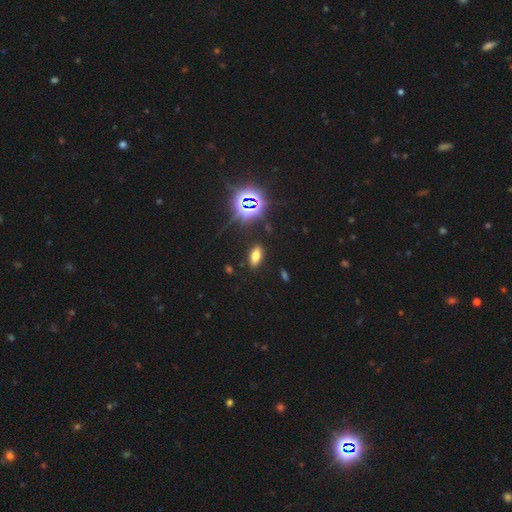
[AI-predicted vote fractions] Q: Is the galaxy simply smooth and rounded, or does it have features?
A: smooth — 59%.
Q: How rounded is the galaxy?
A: in between — 83%.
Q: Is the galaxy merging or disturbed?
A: none — 88%.